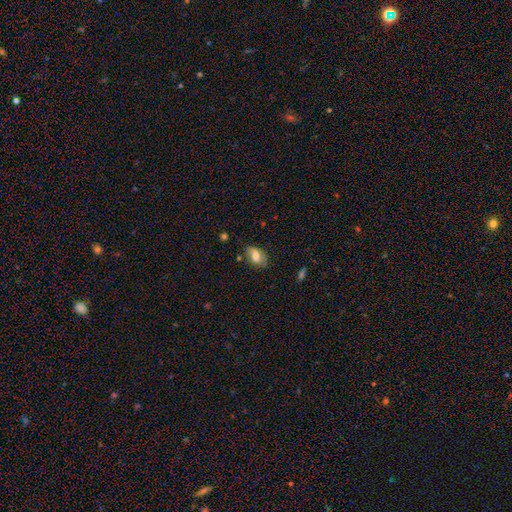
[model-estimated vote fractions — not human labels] Smooth or featured?
  - smooth: 59% *
  - featured or disk: 33%
  - star or artifact: 9%
How rounded?
  - in between: 88% *
  - round: 10%
  - cigar-shaped: 3%
Merging?
  - none: 62% *
  - minor disturbance: 27%
  - major disturbance: 8%
  - merger: 4%